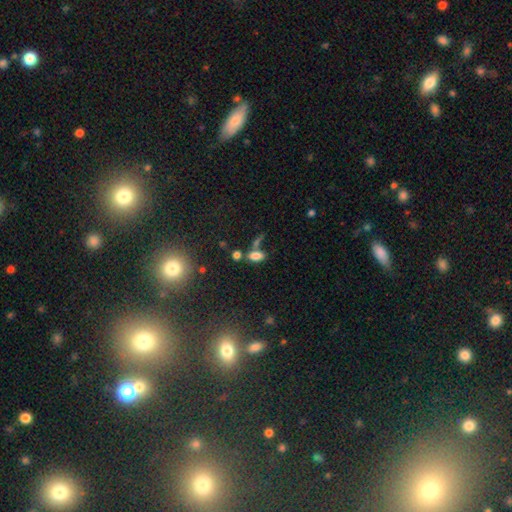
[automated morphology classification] This appears to be a smooth galaxy with no disk features (76%) that is in between round and cigar-shaped (87%). Merging: none (47%).